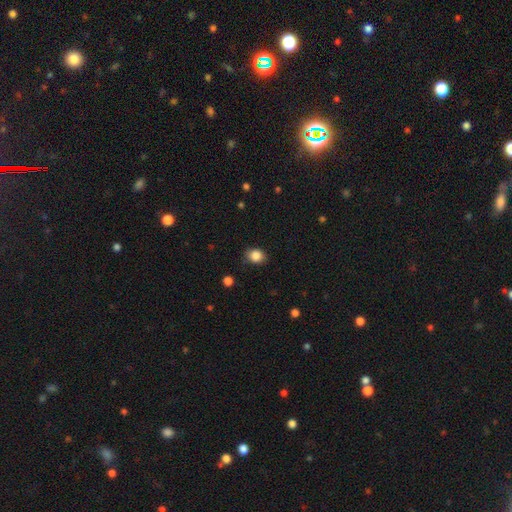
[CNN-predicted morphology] A smooth galaxy with no disk features (86%) that is round (63%). Merging: none (79%).